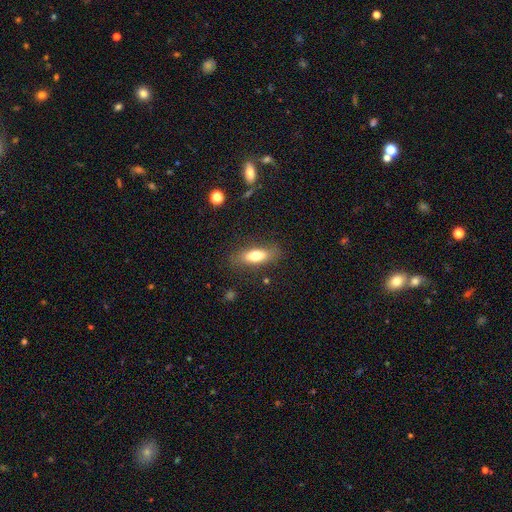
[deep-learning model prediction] The model was most divided on "how rounded": in between: 65%, cigar-shaped: 32%, round: 3%. More confident: merging — none (82%); smooth or featured — smooth (71%).